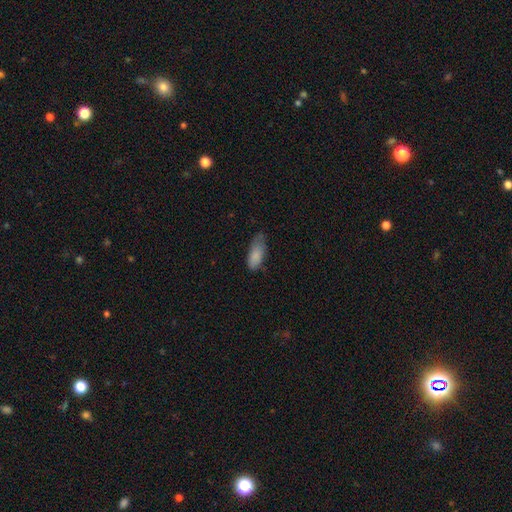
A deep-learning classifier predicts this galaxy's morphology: This appears to be a smooth galaxy with no disk features (85%) that is in between round and cigar-shaped (83%). Merging: none (44%).